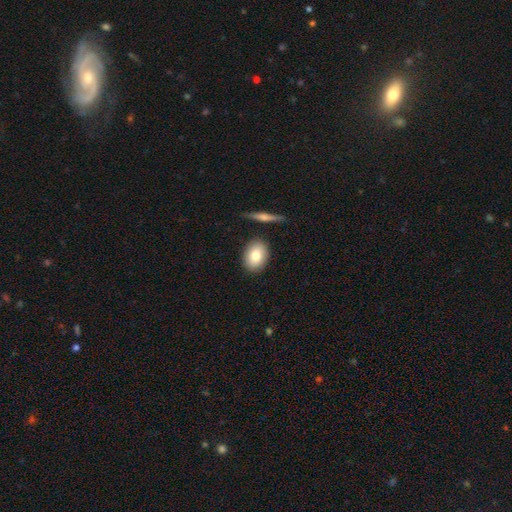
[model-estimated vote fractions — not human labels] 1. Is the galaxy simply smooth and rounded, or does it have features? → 80% smooth, 12% featured or disk, 7% star or artifact.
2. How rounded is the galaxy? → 74% in between, 24% round, 2% cigar-shaped.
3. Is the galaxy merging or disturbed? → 84% none, 10% minor disturbance, 4% merger, 2% major disturbance.